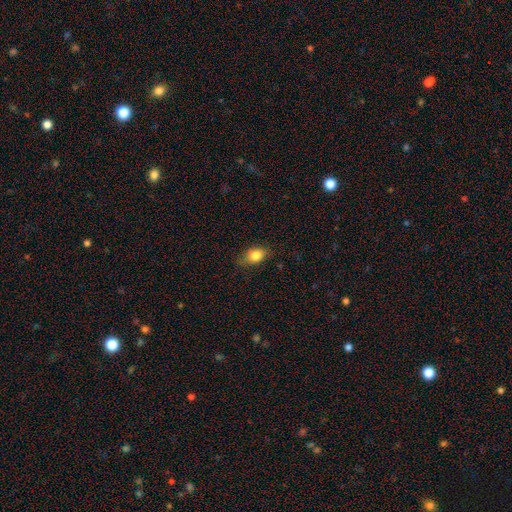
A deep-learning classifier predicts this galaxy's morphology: smooth 82%, featured or disk 9%, star or artifact 9%. Down the decision tree: how rounded — in between (77%); merging — none (75%).